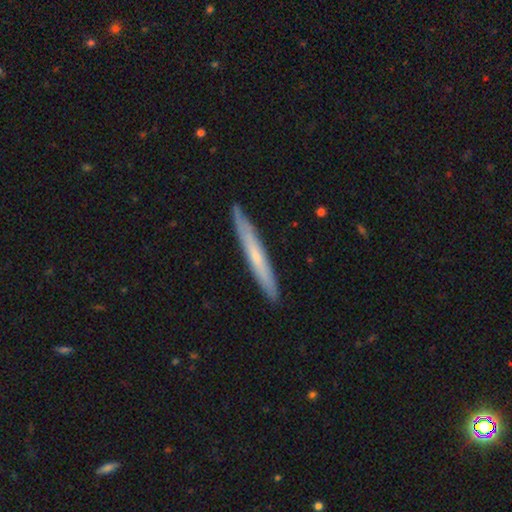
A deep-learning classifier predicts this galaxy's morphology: Smooth or featured? smooth (48%)
Merging? none (88%)